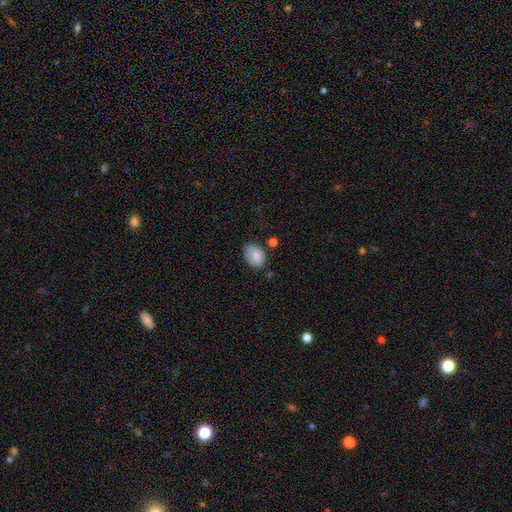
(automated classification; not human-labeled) Overall: smooth (84%). How rounded: in between (80%). Merging: none (67%).